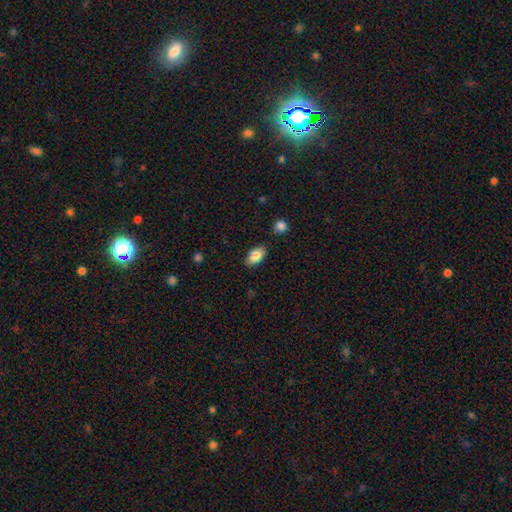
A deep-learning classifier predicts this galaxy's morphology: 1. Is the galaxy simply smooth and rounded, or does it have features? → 84% smooth, 9% featured or disk, 7% star or artifact.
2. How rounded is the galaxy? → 92% in between, 5% round, 3% cigar-shaped.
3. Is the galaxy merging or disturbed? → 83% none, 12% minor disturbance, 3% merger, 2% major disturbance.